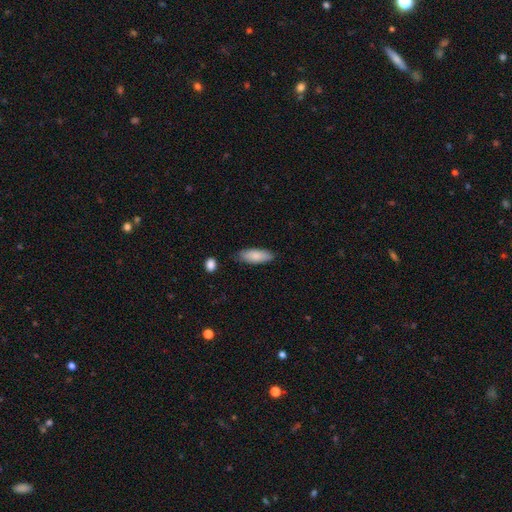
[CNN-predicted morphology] Q: Smooth or featured?
A: smooth (85%); runner-up: featured or disk (9%)
Q: How rounded?
A: in between (73%); runner-up: cigar-shaped (25%)
Q: Merging?
A: none (80%); runner-up: minor disturbance (14%)